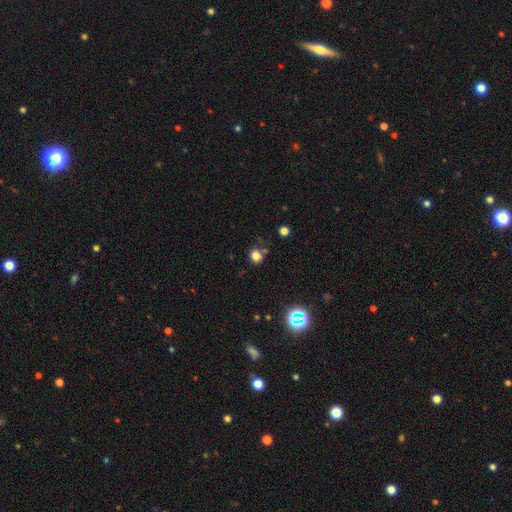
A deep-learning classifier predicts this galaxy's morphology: Smooth or featured?
  - smooth: 76% *
  - star or artifact: 17%
  - featured or disk: 6%
How rounded?
  - round: 74% *
  - in between: 25%
  - cigar-shaped: 1%
Merging?
  - none: 64% *
  - minor disturbance: 17%
  - merger: 12%
  - major disturbance: 7%